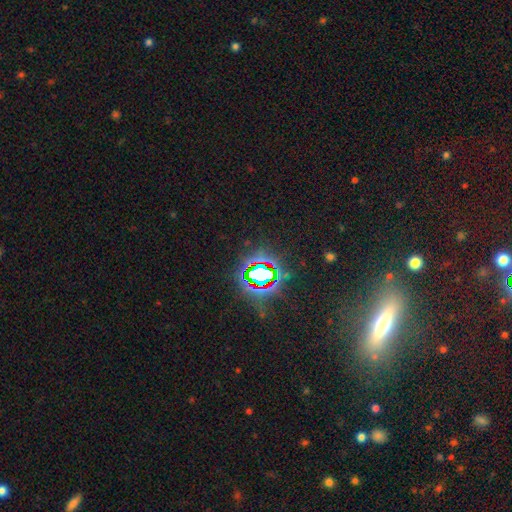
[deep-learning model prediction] The model was most divided on "smooth or featured": star or artifact: 72%, smooth: 15%, featured or disk: 14%.